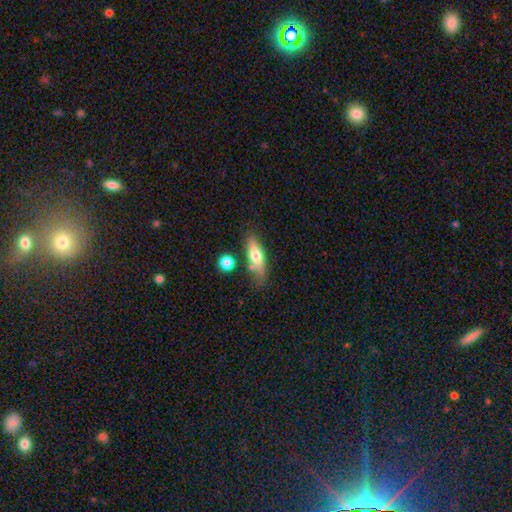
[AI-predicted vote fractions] Q: Smooth or featured?
A: smooth (63%); runner-up: featured or disk (30%)
Q: How rounded?
A: in between (53%); runner-up: cigar-shaped (43%)
Q: Merging?
A: none (65%); runner-up: minor disturbance (18%)